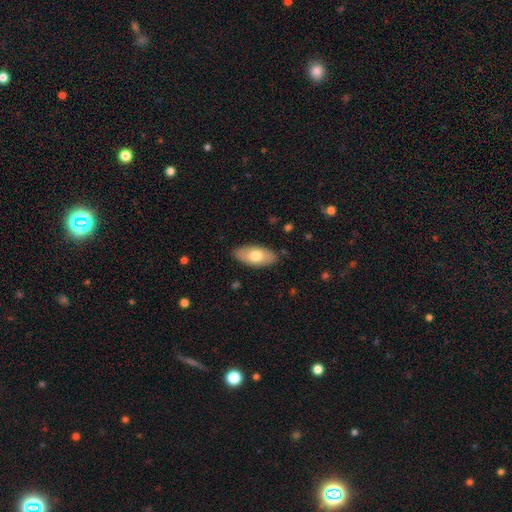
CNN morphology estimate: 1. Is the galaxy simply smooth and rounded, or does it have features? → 69% smooth, 26% featured or disk, 5% star or artifact.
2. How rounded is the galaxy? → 93% in between, 5% cigar-shaped, 3% round.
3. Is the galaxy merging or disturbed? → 86% none, 11% minor disturbance, 2% major disturbance, 1% merger.